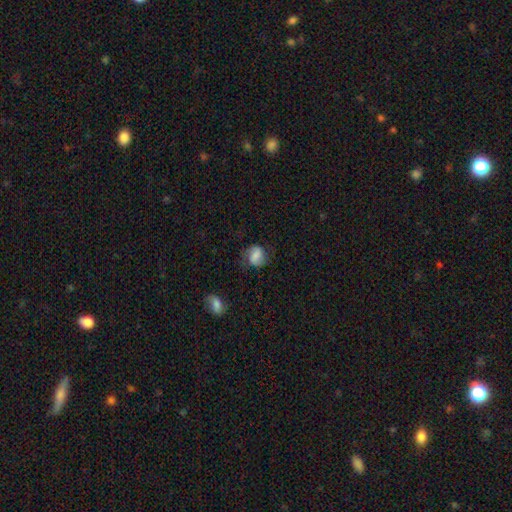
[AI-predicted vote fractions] This is possibly a smooth galaxy (58%). How rounded: possibly round (53%). Merging: likely none (61%).